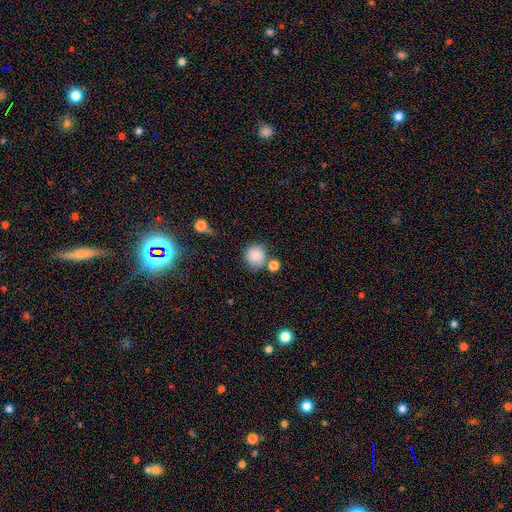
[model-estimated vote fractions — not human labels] A smooth galaxy with no disk features (83%) that is round (89%).

Vote fractions:
- Smooth or featured? smooth: 83% / star or artifact: 10% / featured or disk: 7%
- How rounded? round: 89% / in between: 10% / cigar-shaped: 1%
- Merging? none: 68% / minor disturbance: 14% / merger: 14% / major disturbance: 4%